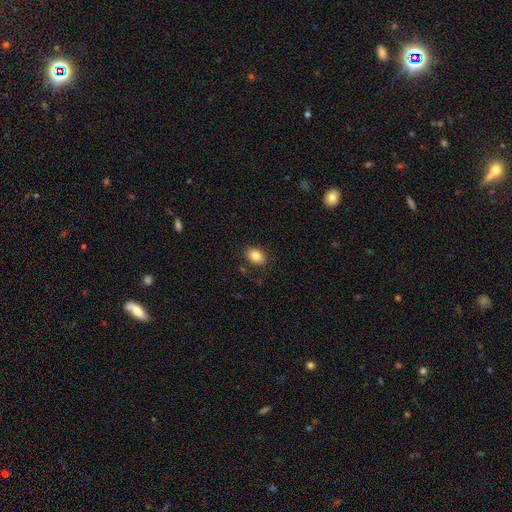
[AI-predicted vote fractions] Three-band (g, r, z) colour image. It shows a smooth galaxy with no disk features (84%) that is in between round and cigar-shaped (72%). Merging: none (85%).